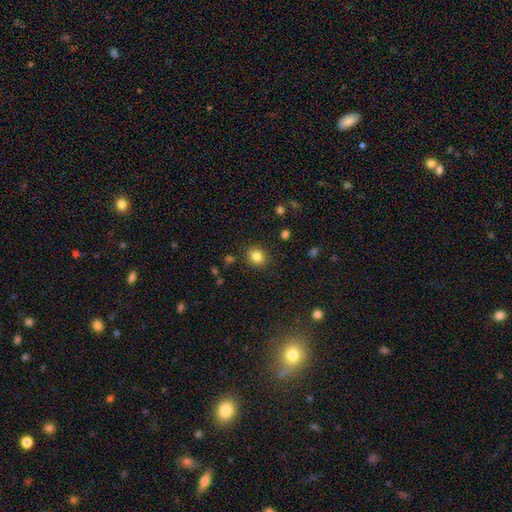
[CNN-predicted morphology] Smooth or featured: smooth — 83% (star or artifact — 11%)
How rounded: round — 74% (in between — 25%)
Merging: none — 88% (minor disturbance — 8%)